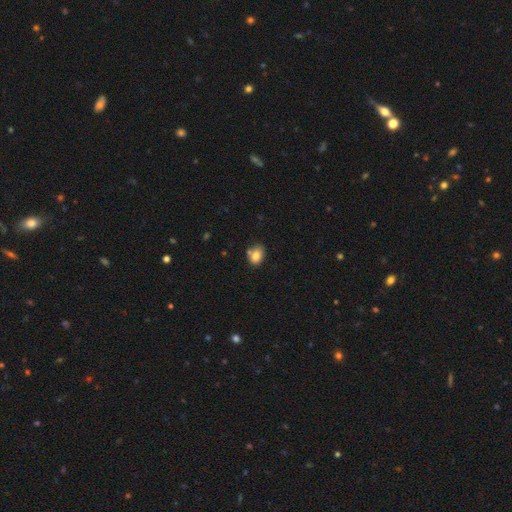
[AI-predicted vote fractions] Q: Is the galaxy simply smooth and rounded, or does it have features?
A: smooth — 79%.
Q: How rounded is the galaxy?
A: in between — 68%.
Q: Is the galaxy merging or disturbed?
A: none — 62%.